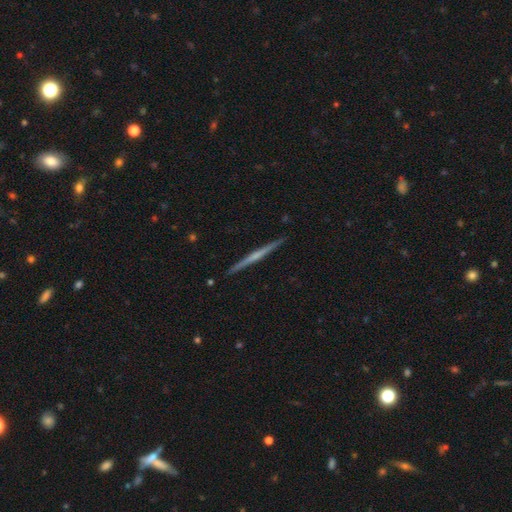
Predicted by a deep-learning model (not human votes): Smooth or featured: featured or disk — 68% (smooth — 26%)
Edge-on disk: yes — 98% (no — 2%)
Edge-on bulge: none — 62% (rounded — 30%)
Merging: none — 92% (minor disturbance — 5%)